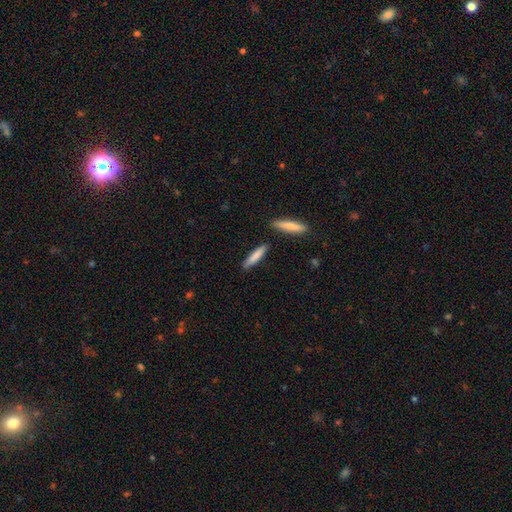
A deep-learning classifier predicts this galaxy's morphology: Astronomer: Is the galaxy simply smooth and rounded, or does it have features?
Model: smooth — 80%.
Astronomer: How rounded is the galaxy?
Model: cigar-shaped — 87%.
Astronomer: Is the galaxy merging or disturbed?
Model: none — 85%.